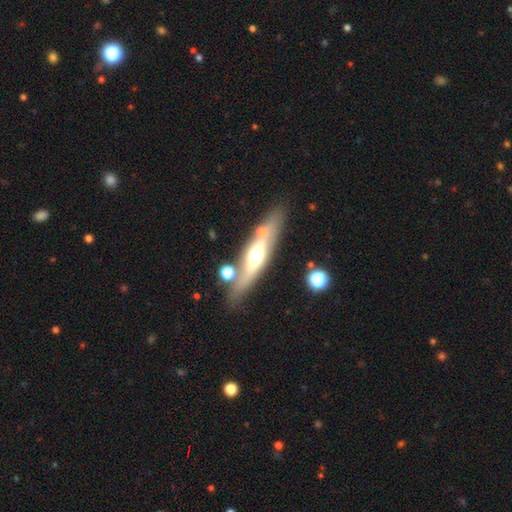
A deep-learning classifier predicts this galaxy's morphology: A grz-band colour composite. It shows a featured or disk galaxy (53%) viewed edge-on (76%). Merging: none (71%).